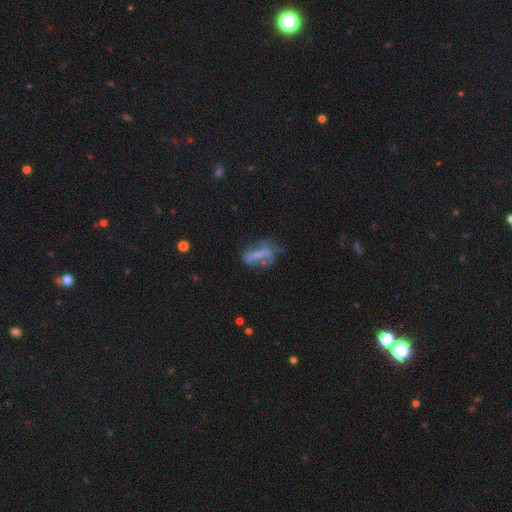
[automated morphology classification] Overall: featured or disk (48%; smooth 33%). Merging: none (43%; major disturbance 27%).